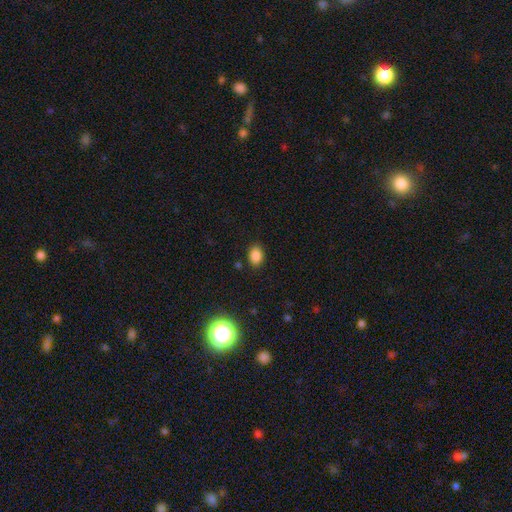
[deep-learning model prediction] smooth_or_featured: smooth (p=0.84) [alt: star or artifact p=0.12]
how_rounded: in between (p=0.74) [alt: round p=0.25]
merging: none (p=0.85) [alt: minor disturbance p=0.11]